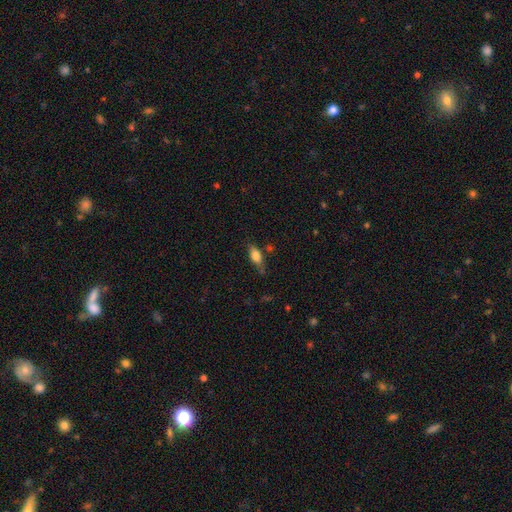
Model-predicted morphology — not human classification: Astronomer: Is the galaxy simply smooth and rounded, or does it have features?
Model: smooth — 77%.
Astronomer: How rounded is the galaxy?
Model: in between — 78%.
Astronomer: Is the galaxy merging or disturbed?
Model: none — 63%.